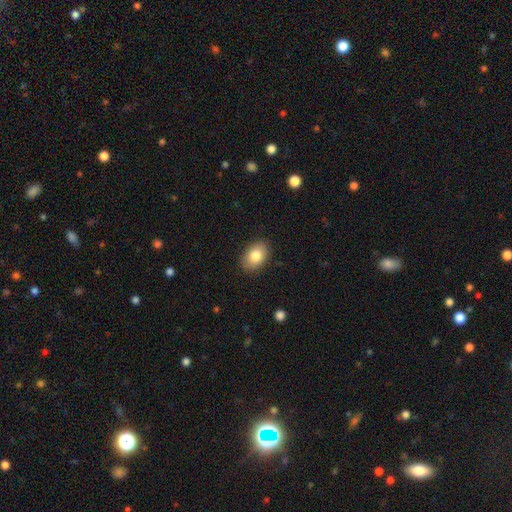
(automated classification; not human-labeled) Morphology: type=smooth (82%); roundness=in between (84%); merging=none (88%).